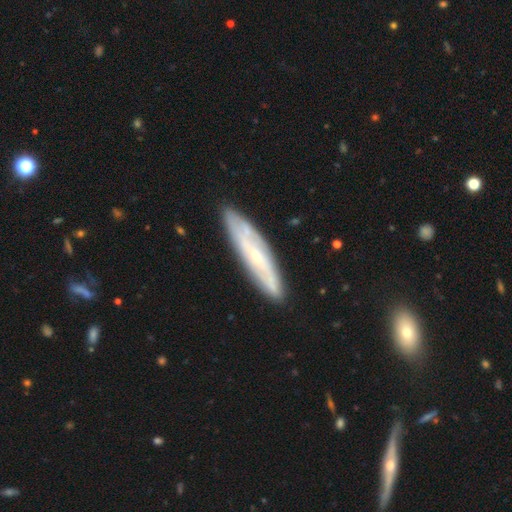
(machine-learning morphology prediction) Smooth or featured?
  - featured or disk: 70% *
  - smooth: 24%
  - star or artifact: 6%
Edge-on disk?
  - no: 58% *
  - yes: 42%
Merging?
  - none: 85% *
  - minor disturbance: 11%
  - major disturbance: 2%
  - merger: 2%